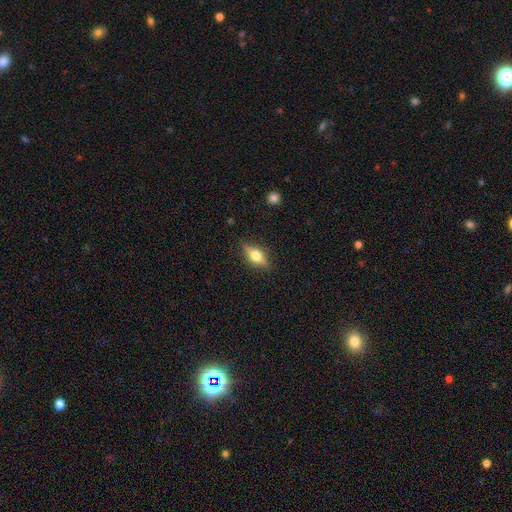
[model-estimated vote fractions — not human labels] featured or disk 47%, smooth 45%, star or artifact 8%. Down the decision tree: merging — none (85%).